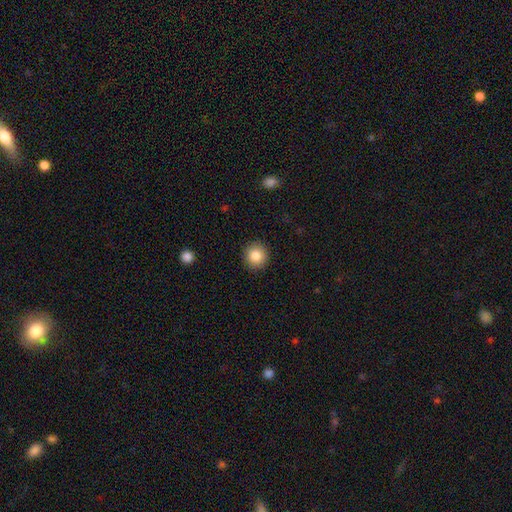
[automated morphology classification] smooth-or-featured: smooth: 85% | star or artifact: 9% | featured or disk: 6%
  how-rounded: round: 92% | in between: 7% | cigar-shaped: 1%
  merging: none: 92% | minor disturbance: 6% | major disturbance: 2% | merger: 1%